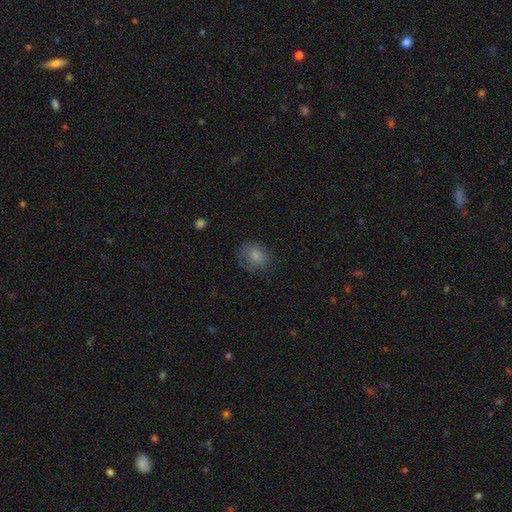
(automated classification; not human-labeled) The model was most divided on "how rounded": in between: 51%, round: 48%, cigar-shaped: 1%. More confident: smooth or featured — smooth (76%); merging — none (63%).